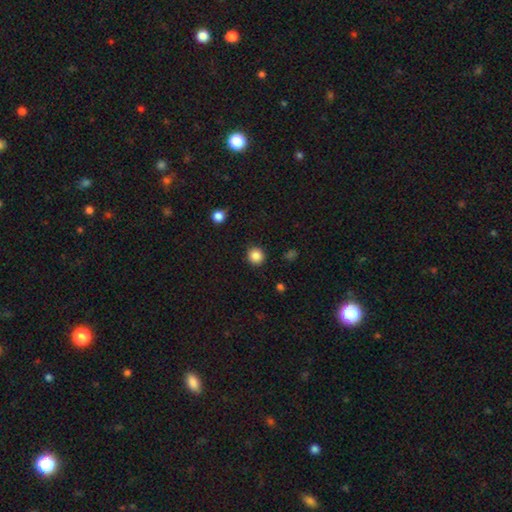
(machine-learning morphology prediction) Smooth or featured? smooth (86%)
How rounded? round (93%)
Merging? none (91%)